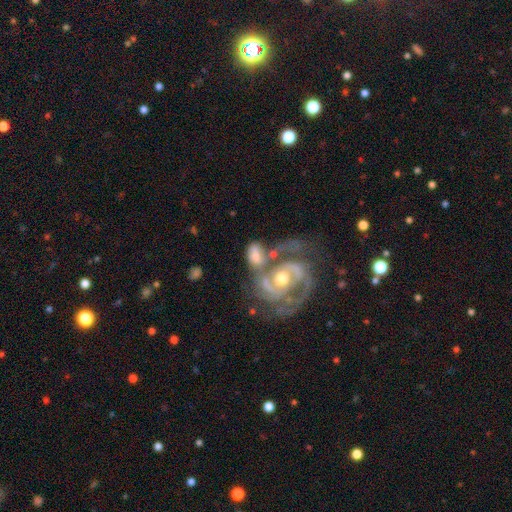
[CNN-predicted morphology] featured or disk 72%, smooth 22%, star or artifact 6%. Down the decision tree: edge-on disk — no (96%); bar — no (54%); spiral arms — yes (91%); spiral arm count — 2 (76%); spiral winding — medium (44%); bulge size — moderate (69%); merging — merger (49%).